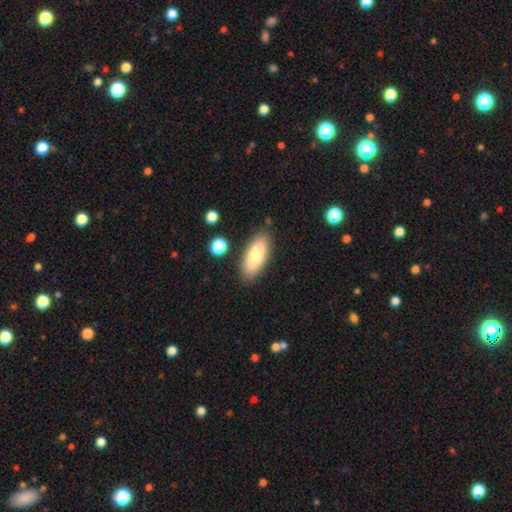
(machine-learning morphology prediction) A smooth galaxy with no disk features (77%) that is in between round and cigar-shaped (81%).

Vote fractions:
- Smooth or featured? smooth: 77% / featured or disk: 17% / star or artifact: 6%
- How rounded? in between: 81% / cigar-shaped: 17% / round: 2%
- Merging? none: 84% / minor disturbance: 11% / merger: 3% / major disturbance: 3%